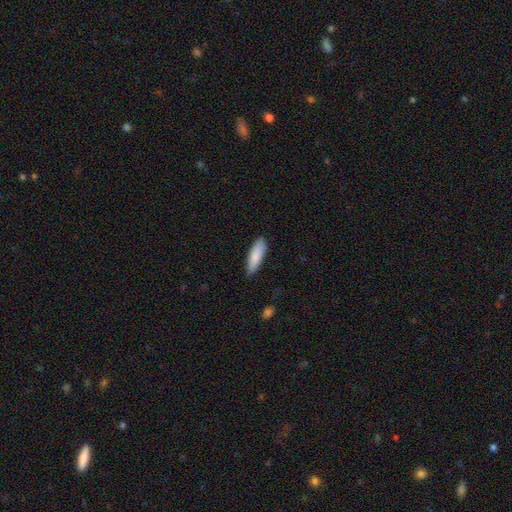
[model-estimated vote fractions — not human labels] Q: Smooth or featured?
A: smooth (85%); runner-up: featured or disk (9%)
Q: How rounded?
A: cigar-shaped (54%); runner-up: in between (45%)
Q: Merging?
A: none (82%); runner-up: minor disturbance (15%)